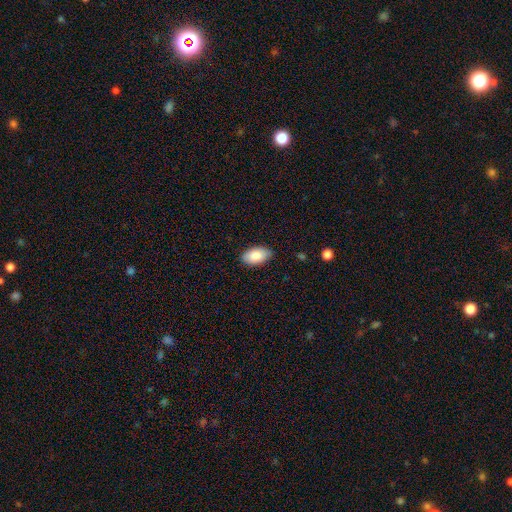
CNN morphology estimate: Smooth or featured: smooth — 86% (featured or disk — 8%)
How rounded: in between — 95% (round — 3%)
Merging: none — 85% (minor disturbance — 12%)